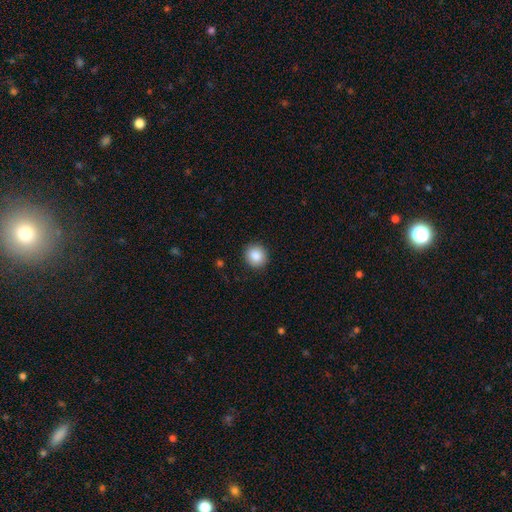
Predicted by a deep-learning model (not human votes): smooth-or-featured: smooth: 87% | star or artifact: 8% | featured or disk: 4%
  how-rounded: round: 87% | in between: 12% | cigar-shaped: 1%
  merging: none: 90% | minor disturbance: 7% | major disturbance: 2% | merger: 1%